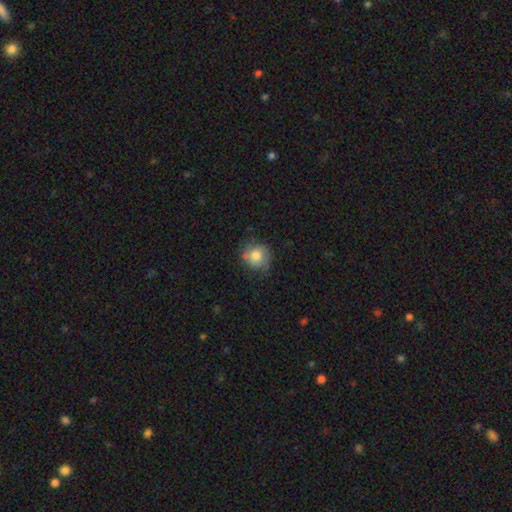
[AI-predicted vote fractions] This is likely a smooth galaxy (71%). How rounded: likely round (79%). Merging: possibly none (58%).